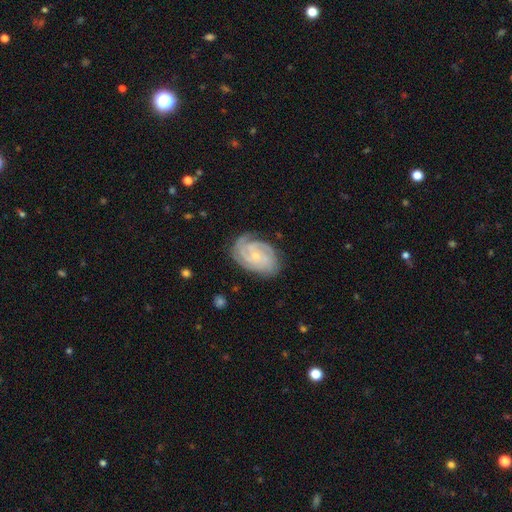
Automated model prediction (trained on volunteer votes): A featured or disk galaxy (85%) with no bar (65%), 3 (34%) tight (70%) spiral arms (97%) and a small central bulge (75%).

Vote fractions:
- Smooth or featured? featured or disk: 85% / smooth: 10% / star or artifact: 6%
- Edge-on disk? no: 97% / yes: 3%
- Bar? no: 65% / weak: 29% / strong: 6%
- Spiral arms? yes: 97% / no: 3%
- Spiral winding? tight: 70% / medium: 25% / loose: 4%
- Spiral arm count? 3: 34% / can't tell: 20% / 4: 18% / 2: 16% / more than 4: 6% / 1: 6%
- Bulge size? small: 75% / moderate: 21% / none: 2% / large: 1% / dominant: 1%
- Merging? none: 75% / minor disturbance: 18% / major disturbance: 5% / merger: 1%